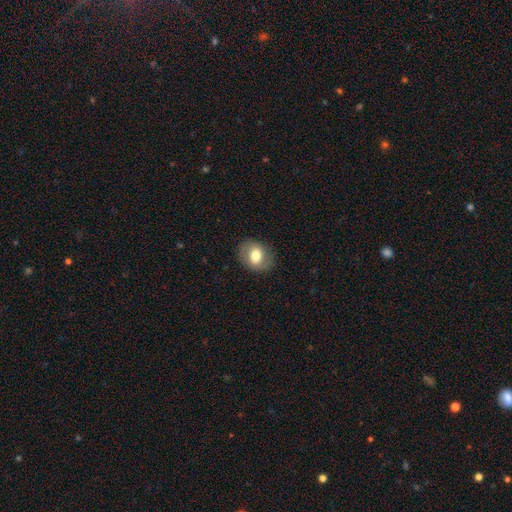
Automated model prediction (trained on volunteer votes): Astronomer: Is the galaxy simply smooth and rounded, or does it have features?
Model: smooth — 65%.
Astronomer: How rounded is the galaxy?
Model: in between — 55% (runner-up: round, 44%).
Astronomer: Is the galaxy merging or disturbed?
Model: none — 82%.